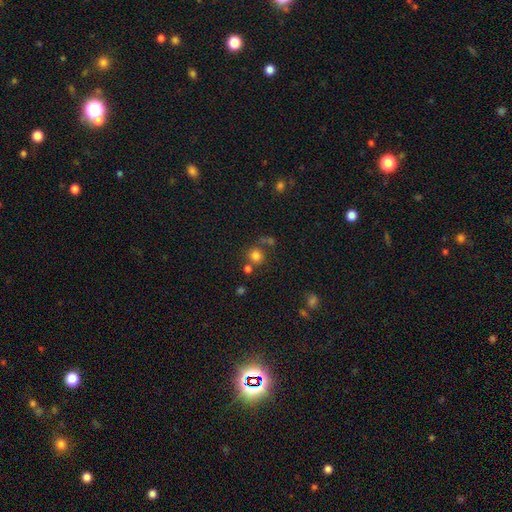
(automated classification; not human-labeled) Overall: smooth (77%). How rounded: round (88%). Merging: none (62%; merger 22%).